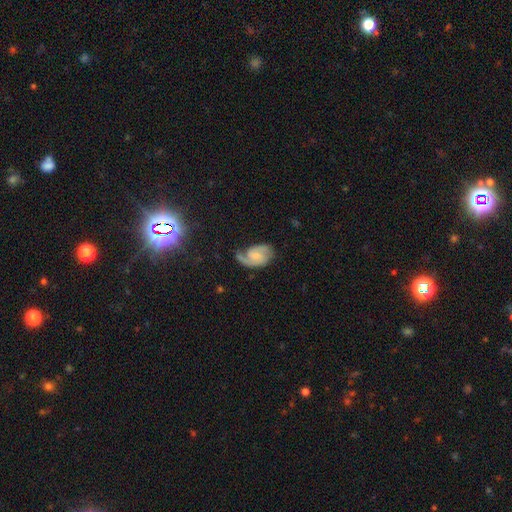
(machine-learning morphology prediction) smooth-or-featured: featured or disk: 72% | smooth: 21% | star or artifact: 7%
  disk-edge-on: no: 97% | yes: 3%
    bar: no: 49% | weak: 42% | strong: 9%
    has-spiral-arms: yes: 94% | no: 6%
      spiral-winding: medium: 47% | tight: 29% | loose: 24%
      spiral-arm-count: 2: 63% | 1: 26% | can't tell: 7% | 3: 2% | 4: 1% | more than 4: 1%
    bulge-size: small: 41% | none: 29% | moderate: 24% | large: 4% | dominant: 1%
  merging: none: 52% | minor disturbance: 27% | major disturbance: 19% | merger: 3%